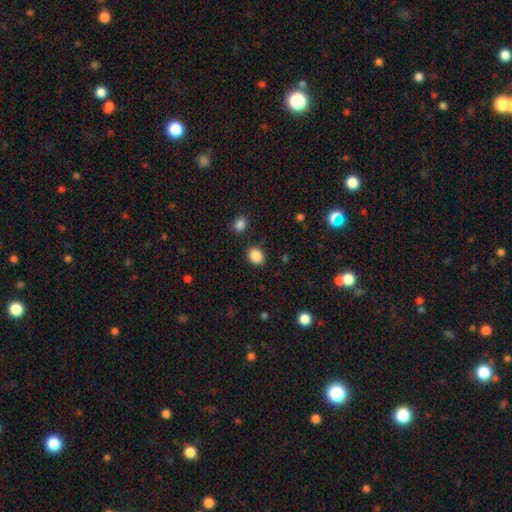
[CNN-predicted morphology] Smooth or featured?
  - smooth: 87% *
  - star or artifact: 9%
  - featured or disk: 3%
How rounded?
  - round: 51% *
  - in between: 48%
  - cigar-shaped: 1%
Merging?
  - none: 86% *
  - minor disturbance: 8%
  - major disturbance: 3%
  - merger: 3%